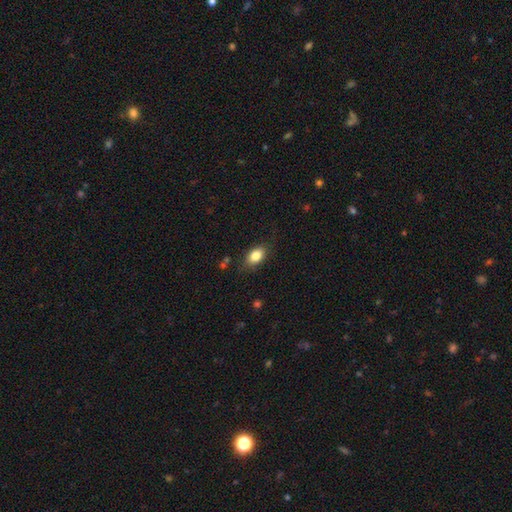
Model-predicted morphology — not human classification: Overall: smooth (83%). How rounded: in between (86%). Merging: none (80%).